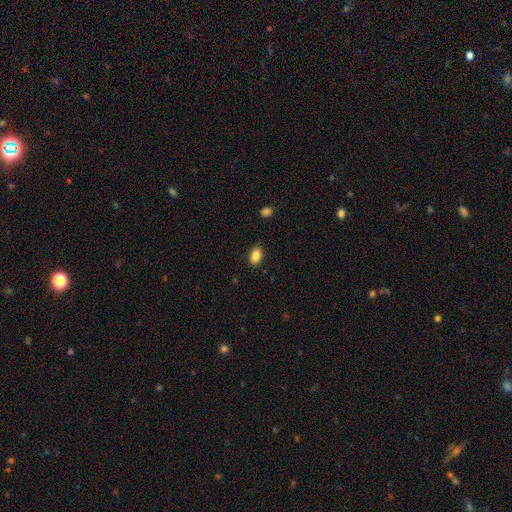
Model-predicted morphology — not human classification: A smooth galaxy with no disk features (87%) that is in between round and cigar-shaped (84%). Merging: none (88%).